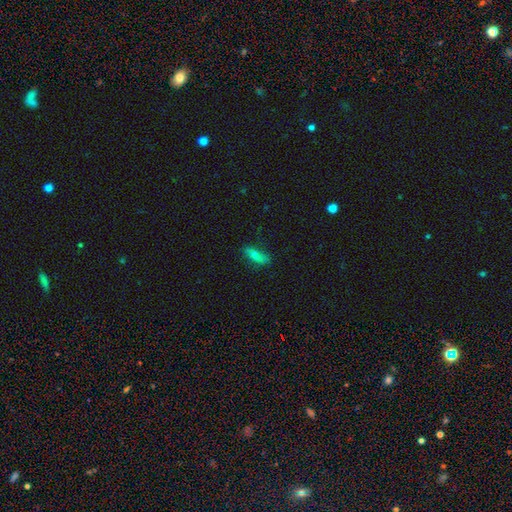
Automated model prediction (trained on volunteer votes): Overall: smooth (76%). How rounded: in between (52%; cigar-shaped 46%). Merging: none (72%).